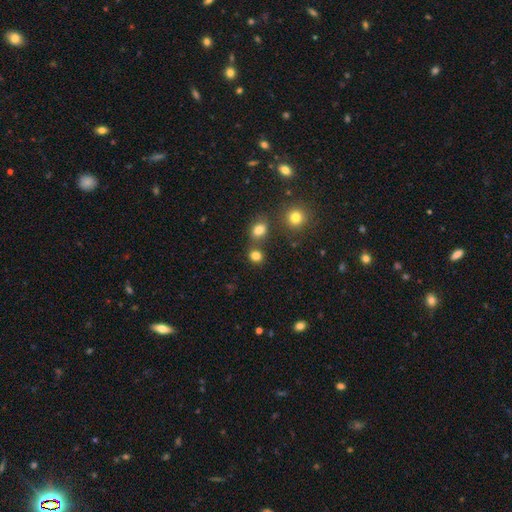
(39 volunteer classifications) A smooth galaxy with no disk features (87%) that is round (91%).

Vote fractions:
- Smooth or featured? smooth: 87% / featured or disk: 8% / star or artifact: 5%
- How rounded? round: 91% / in between: 9% / cigar-shaped: 0%
- Merging? none: 78% / minor disturbance: 8% / major disturbance: 8% / merger: 5%